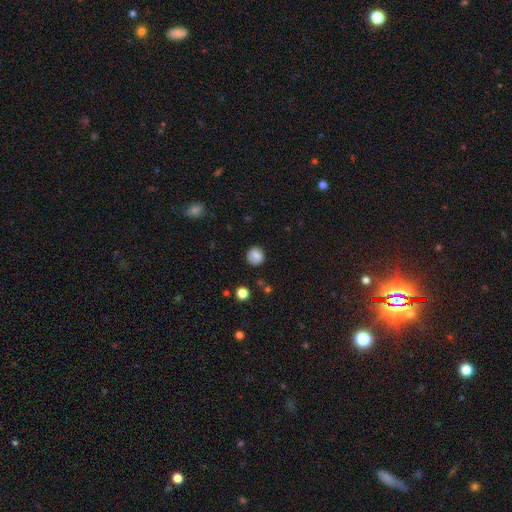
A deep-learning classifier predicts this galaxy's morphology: The model was most divided on "smooth or featured": smooth: 79%, featured or disk: 12%, star or artifact: 9%. More confident: how rounded — round (86%); merging — none (84%).